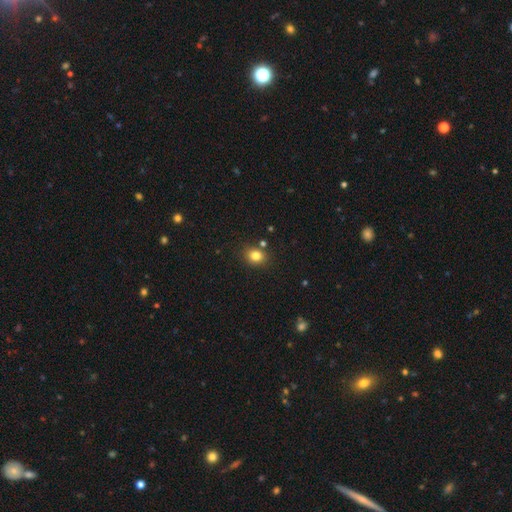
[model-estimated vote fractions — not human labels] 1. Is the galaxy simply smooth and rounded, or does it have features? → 81% smooth, 13% star or artifact, 7% featured or disk.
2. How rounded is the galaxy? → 67% round, 33% in between, 1% cigar-shaped.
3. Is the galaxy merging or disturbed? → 81% none, 10% minor disturbance, 6% merger, 3% major disturbance.